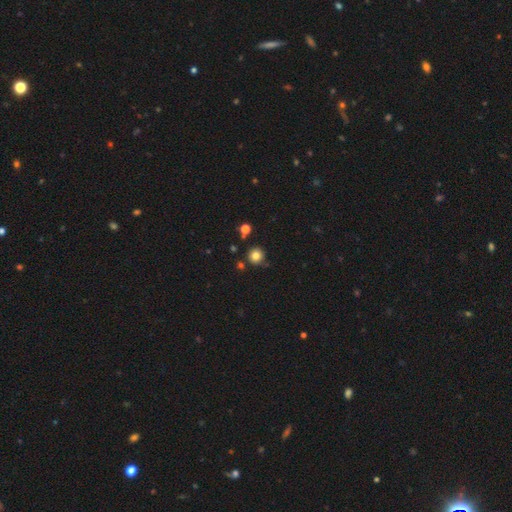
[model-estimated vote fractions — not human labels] smooth_or_featured: smooth (p=0.81) [alt: star or artifact p=0.13]
how_rounded: round (p=0.94) [alt: in between p=0.05]
merging: none (p=0.83) [alt: minor disturbance p=0.10]